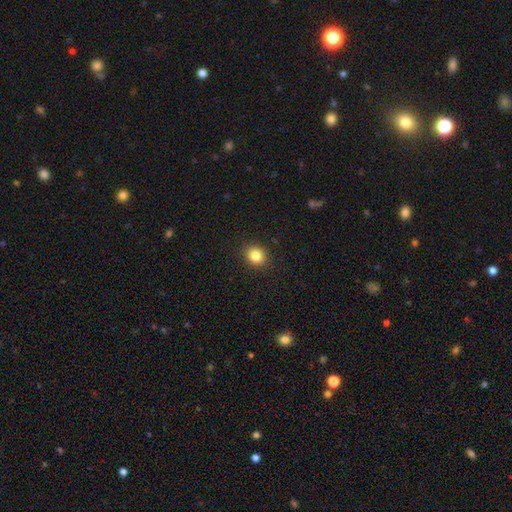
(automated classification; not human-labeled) A smooth galaxy with no disk features (84%) that is round (68%). Merging: none (90%).